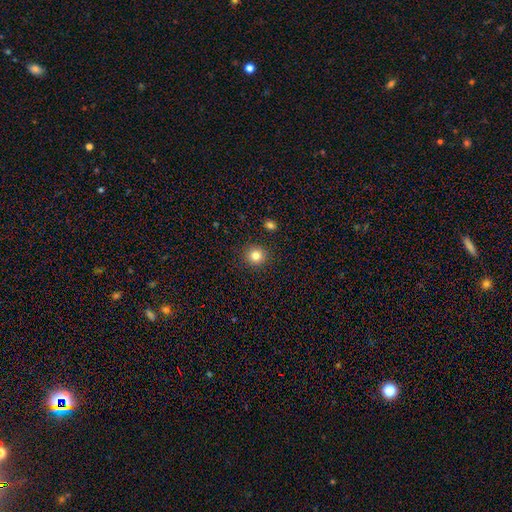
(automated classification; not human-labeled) The model was most divided on "smooth or featured": smooth: 83%, star or artifact: 11%, featured or disk: 5%. More confident: how rounded — round (91%); merging — none (90%).